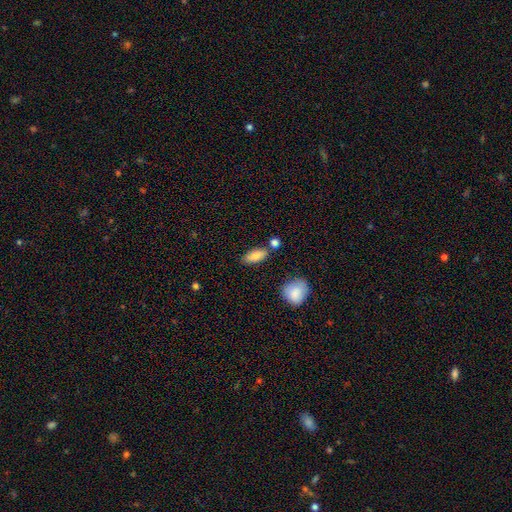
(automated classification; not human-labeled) Q: Smooth or featured?
A: smooth (84%); runner-up: featured or disk (9%)
Q: How rounded?
A: in between (83%); runner-up: cigar-shaped (14%)
Q: Merging?
A: none (73%); runner-up: minor disturbance (14%)